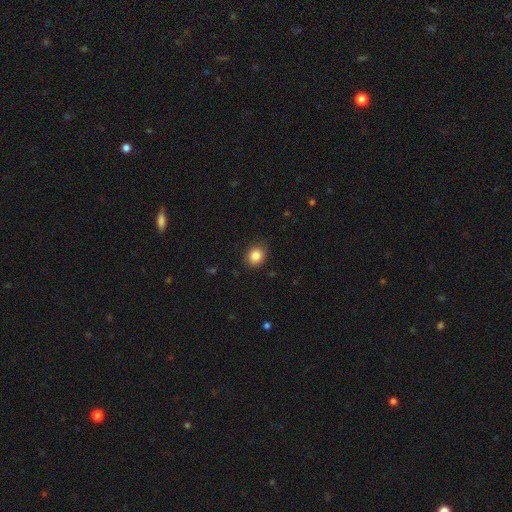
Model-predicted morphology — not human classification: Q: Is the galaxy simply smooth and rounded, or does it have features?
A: smooth — 85%.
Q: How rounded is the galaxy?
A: round — 65%.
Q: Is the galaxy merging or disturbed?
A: none — 86%.